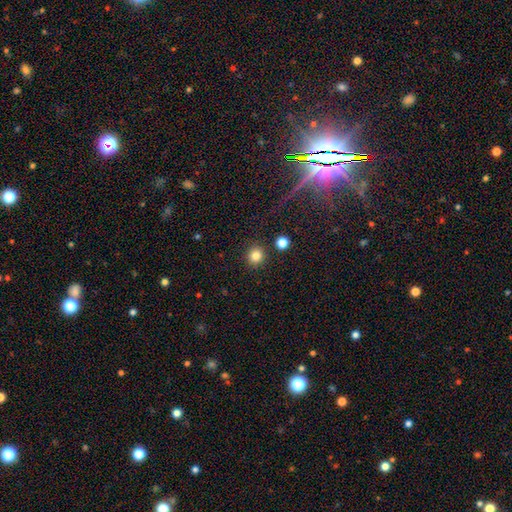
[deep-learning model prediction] smooth_or_featured: smooth (p=0.82) [alt: star or artifact p=0.12]
how_rounded: round (p=0.91) [alt: in between p=0.08]
merging: none (p=0.89) [alt: minor disturbance p=0.06]